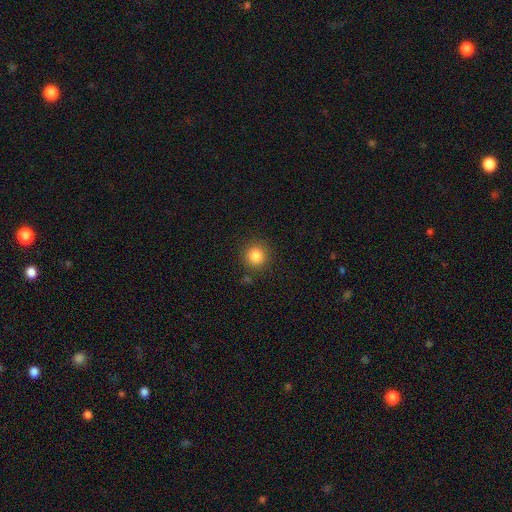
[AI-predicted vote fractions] smooth 84%, star or artifact 11%, featured or disk 5%. Down the decision tree: how rounded — round (92%); merging — none (87%).